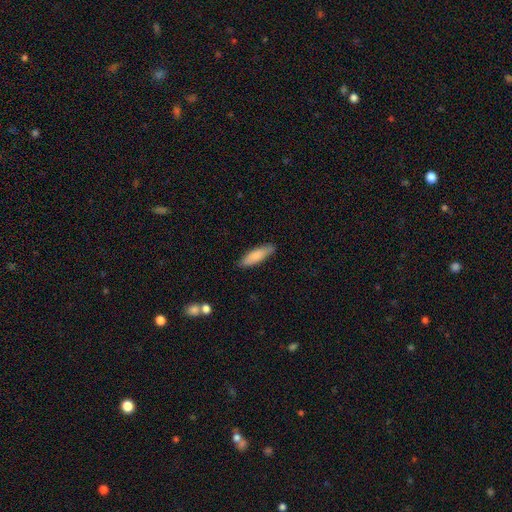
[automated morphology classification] Smooth or featured: smooth — 81% (featured or disk — 13%)
How rounded: cigar-shaped — 56% (in between — 43%)
Merging: none — 84% (minor disturbance — 13%)